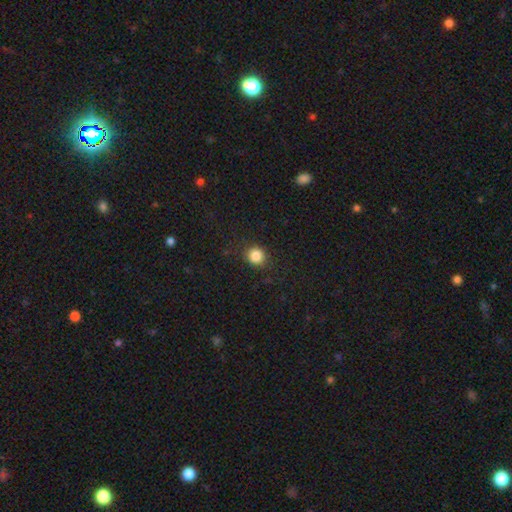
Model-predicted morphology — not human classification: A smooth galaxy with no disk features (85%) that is round (88%). Merging: none (87%).